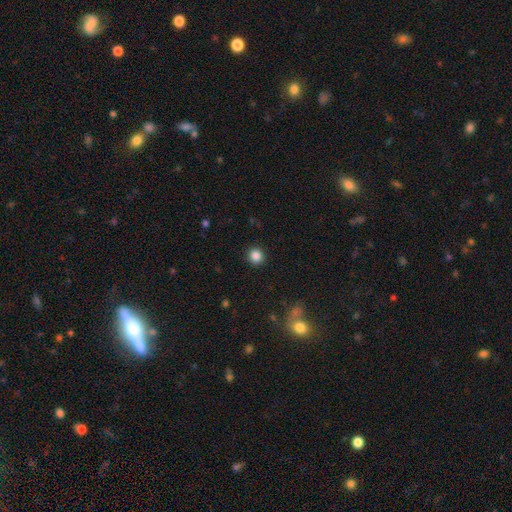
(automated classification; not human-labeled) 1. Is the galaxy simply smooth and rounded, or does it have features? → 86% smooth, 11% star or artifact, 3% featured or disk.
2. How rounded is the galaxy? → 92% round, 7% in between, 1% cigar-shaped.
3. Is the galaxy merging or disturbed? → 91% none, 5% minor disturbance, 2% major disturbance, 1% merger.